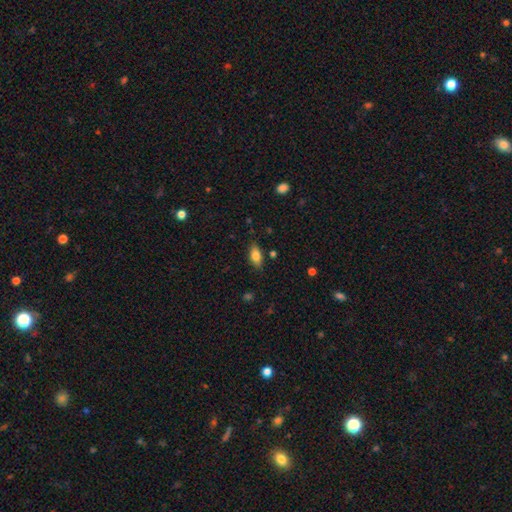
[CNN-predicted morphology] smooth 78%, featured or disk 14%, star or artifact 8%. Down the decision tree: how rounded — in between (86%); merging — none (82%).